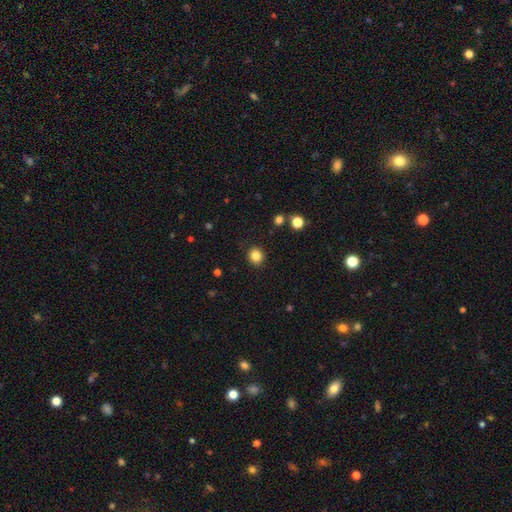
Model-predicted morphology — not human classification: smooth 84%, star or artifact 11%, featured or disk 5%. Down the decision tree: how rounded — round (85%); merging — none (90%).